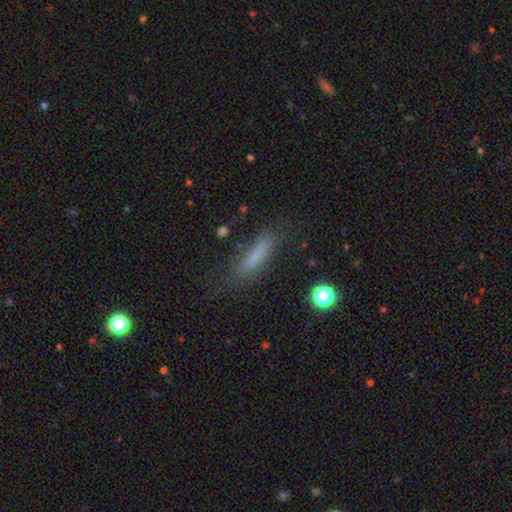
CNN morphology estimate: type=smooth (74%); roundness=cigar-shaped (80%); merging=none (75%).